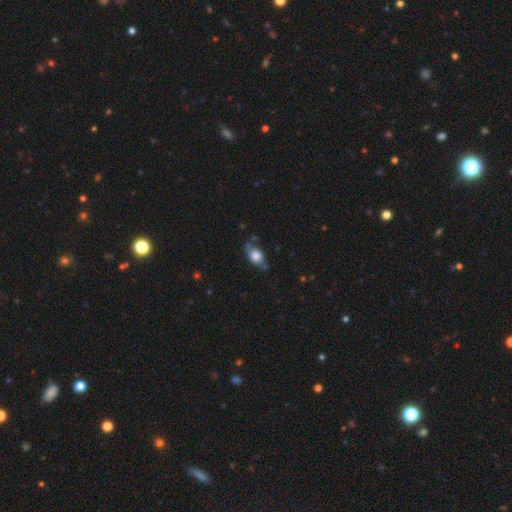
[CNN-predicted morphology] This is likely a smooth galaxy (72%). How rounded: likely in between (80%). Merging: likely none (64%).